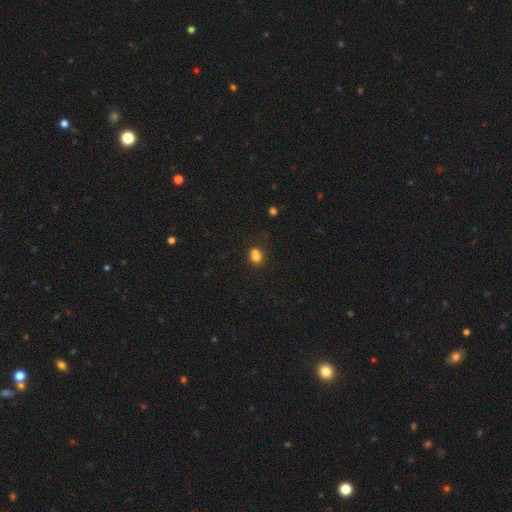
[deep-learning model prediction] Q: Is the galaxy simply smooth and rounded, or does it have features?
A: smooth — 76%.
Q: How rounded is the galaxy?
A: round — 59%.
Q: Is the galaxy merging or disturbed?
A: none — 45%.